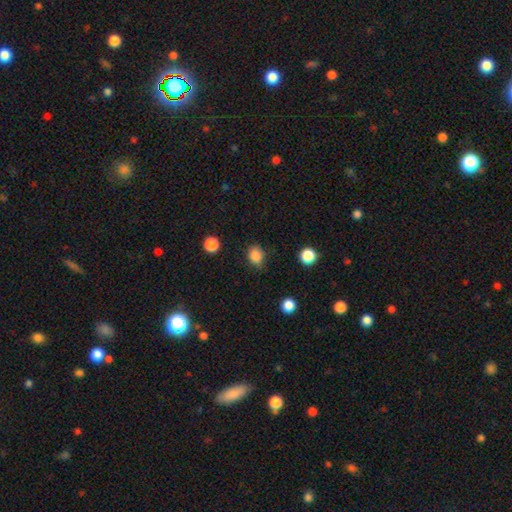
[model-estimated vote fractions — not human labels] Smooth or featured: smooth — 85% (star or artifact — 11%)
How rounded: round — 58% (in between — 41%)
Merging: none — 79% (minor disturbance — 16%)